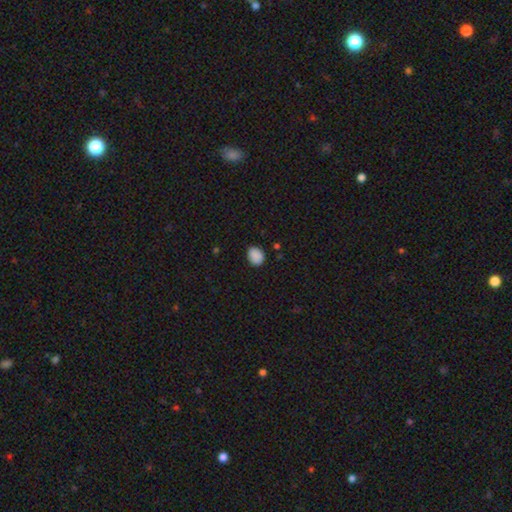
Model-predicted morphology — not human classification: A smooth galaxy with no disk features (88%) that is in between round and cigar-shaped (58%).

Vote fractions:
- Smooth or featured? smooth: 88% / star or artifact: 9% / featured or disk: 3%
- How rounded? in between: 58% / round: 41% / cigar-shaped: 1%
- Merging? none: 83% / minor disturbance: 13% / major disturbance: 2% / merger: 1%